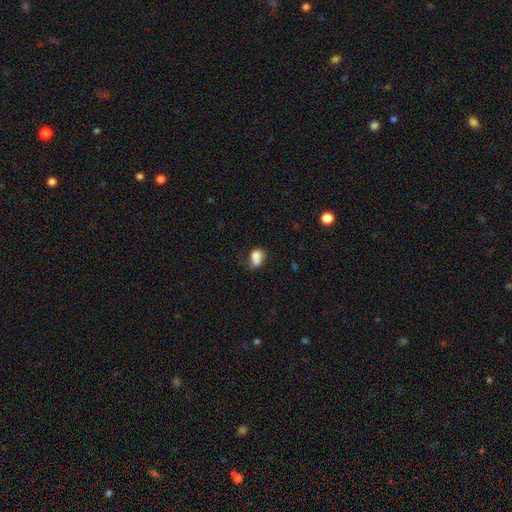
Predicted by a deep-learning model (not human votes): Smooth or featured? smooth (76%)
How rounded? in between (67%)
Merging? none (32%)